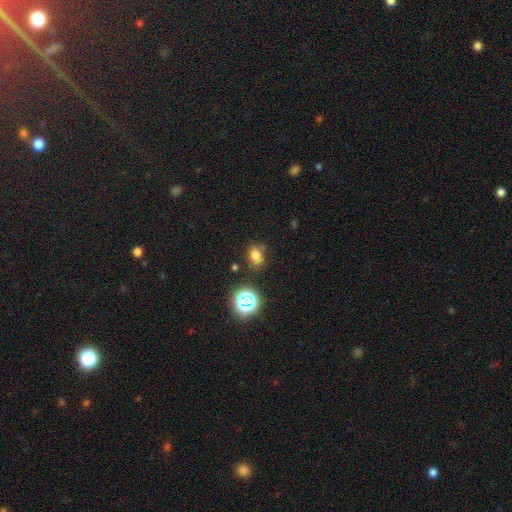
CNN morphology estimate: This appears to be a smooth galaxy with no disk features (73%) that is in between round and cigar-shaped (67%). Merging: none (74%).